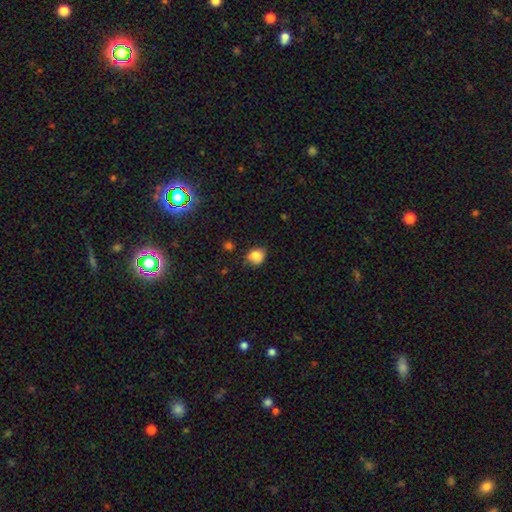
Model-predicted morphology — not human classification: Q: Smooth or featured?
A: smooth (82%); runner-up: star or artifact (10%)
Q: How rounded?
A: round (64%); runner-up: in between (35%)
Q: Merging?
A: none (65%); runner-up: minor disturbance (27%)